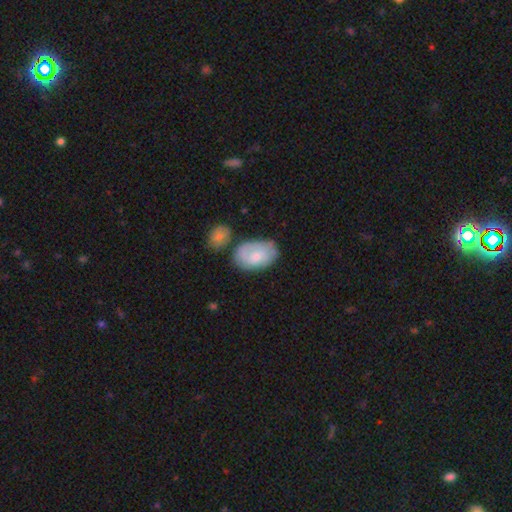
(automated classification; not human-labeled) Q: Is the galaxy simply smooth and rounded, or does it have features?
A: smooth — 50%.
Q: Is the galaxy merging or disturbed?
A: none — 57%.